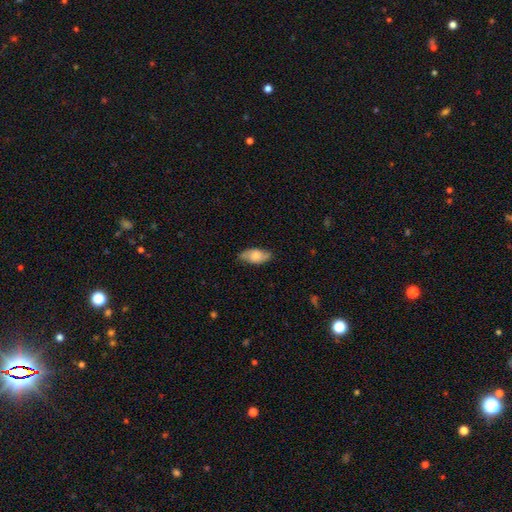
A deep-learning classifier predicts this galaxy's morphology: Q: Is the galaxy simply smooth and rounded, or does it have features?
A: smooth — 58%.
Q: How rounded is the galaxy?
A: in between — 90%.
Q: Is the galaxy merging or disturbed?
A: none — 76%.